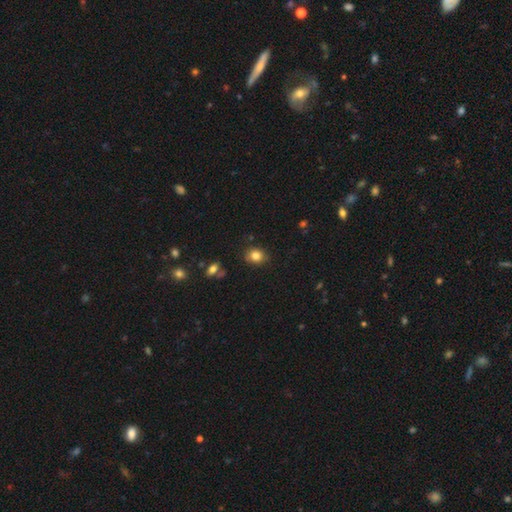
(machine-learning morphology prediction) This is clearly a smooth galaxy (82%). How rounded: possibly round (58%). Merging: clearly none (80%).